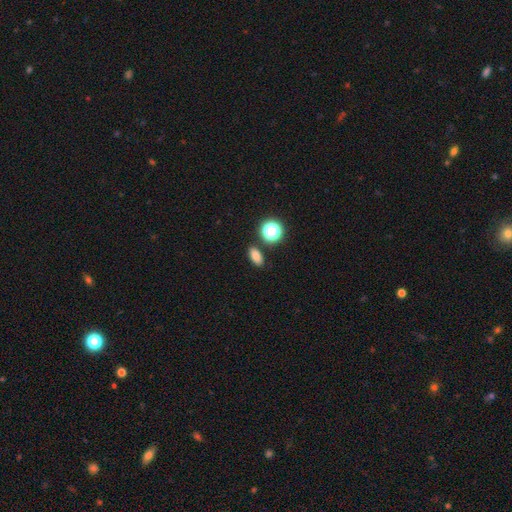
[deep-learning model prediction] Morphology: type=smooth (79%); roundness=in between (82%); merging=none (84%).